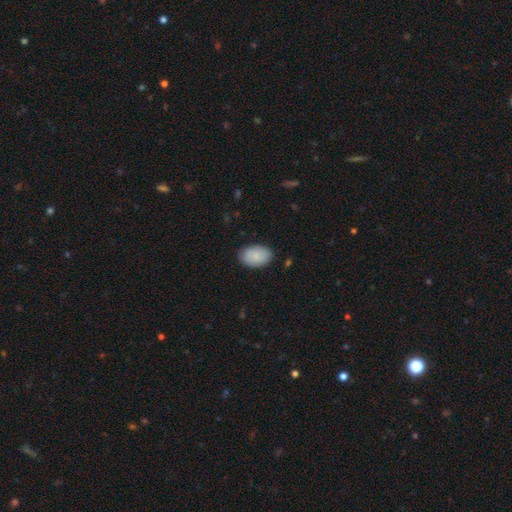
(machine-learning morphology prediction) smooth-or-featured: smooth: 88% | star or artifact: 6% | featured or disk: 6%
  how-rounded: in between: 90% | round: 9% | cigar-shaped: 1%
  merging: none: 86% | minor disturbance: 11% | major disturbance: 2% | merger: 1%